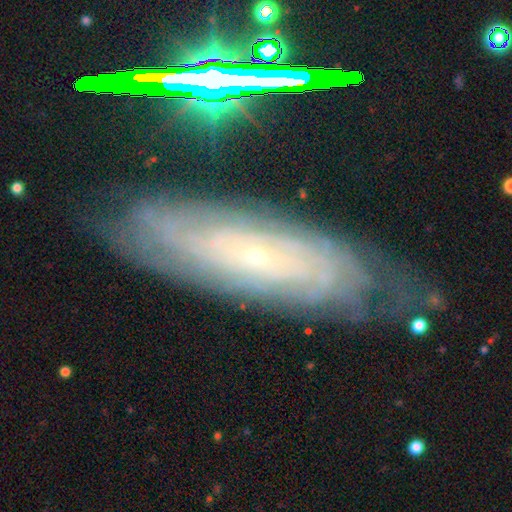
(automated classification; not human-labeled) The model was most divided on "spiral arm count": can't tell: 58%, more than 4: 11%, 2: 10%, 4: 9%, 3: 7%, 1: 5%. More confident: spiral arms — yes (92%); bulge size — small (89%); spiral winding — tight (82%); edge-on disk — no (80%); merging — none (77%); bar — no (77%); smooth or featured — featured or disk (76%).